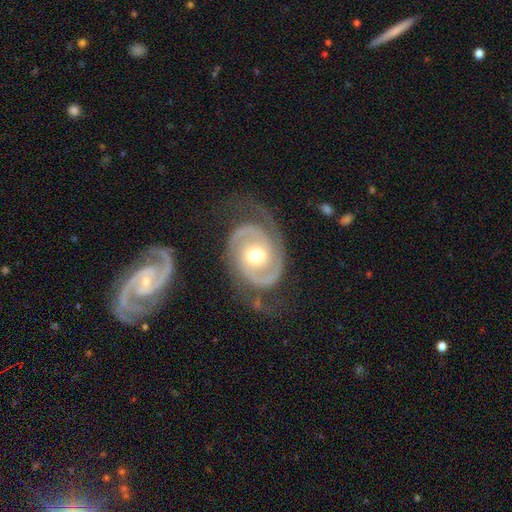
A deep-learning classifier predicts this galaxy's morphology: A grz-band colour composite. It shows a featured or disk galaxy (91%) with no bar (57%), 2 (90%) tight (44%) spiral arms (97%) and a moderate central bulge (74%). Merging: none (69%).